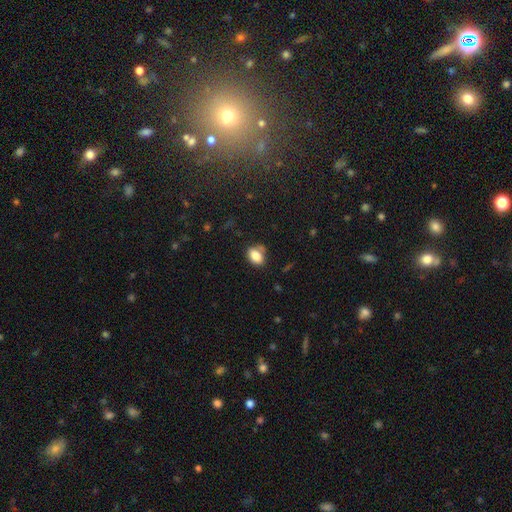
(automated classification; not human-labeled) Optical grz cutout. It shows a smooth galaxy with no disk features (83%) that is in between round and cigar-shaped (78%). Merging: none (62%).